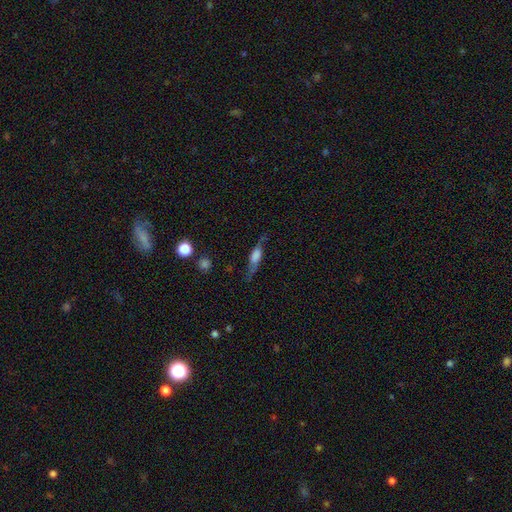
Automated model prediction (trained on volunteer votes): Overall: featured or disk (50%; smooth 41%). Merging: none (60%; minor disturbance 24%).